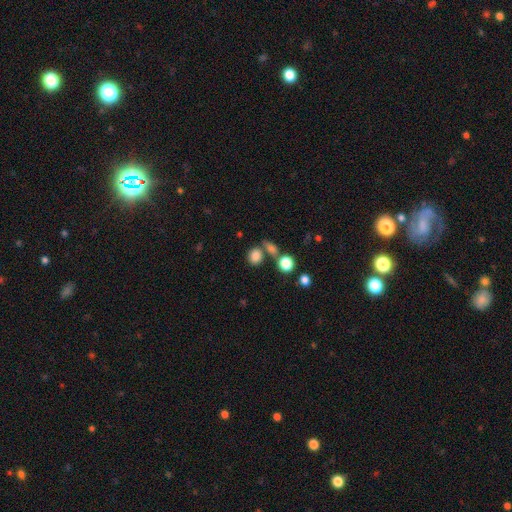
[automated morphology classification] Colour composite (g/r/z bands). It shows a smooth galaxy with no disk features (82%) that is round (59%). Merging: none (59%).